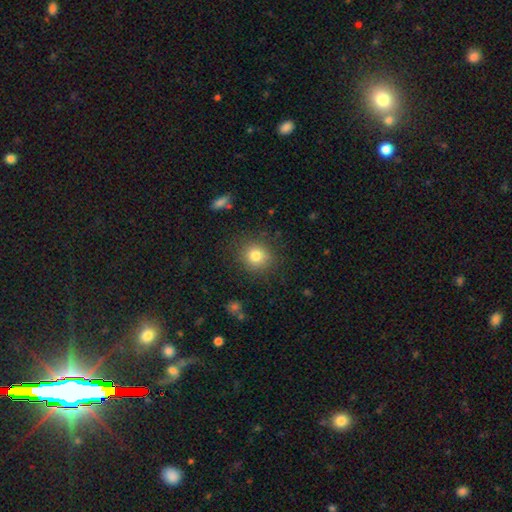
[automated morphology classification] Smooth or featured? smooth (81%)
How rounded? round (86%)
Merging? none (85%)